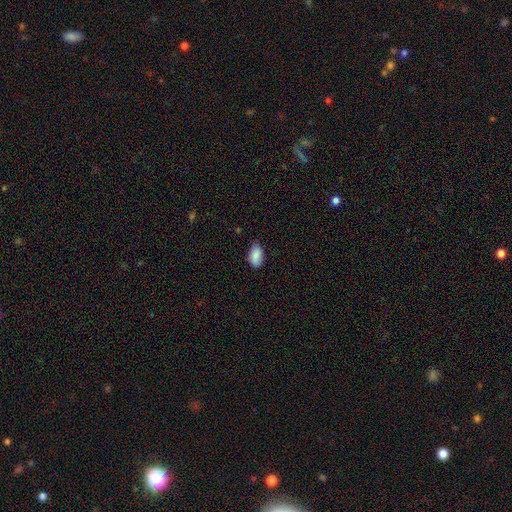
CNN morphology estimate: Smooth or featured? smooth (87%)
How rounded? in between (93%)
Merging? none (79%)